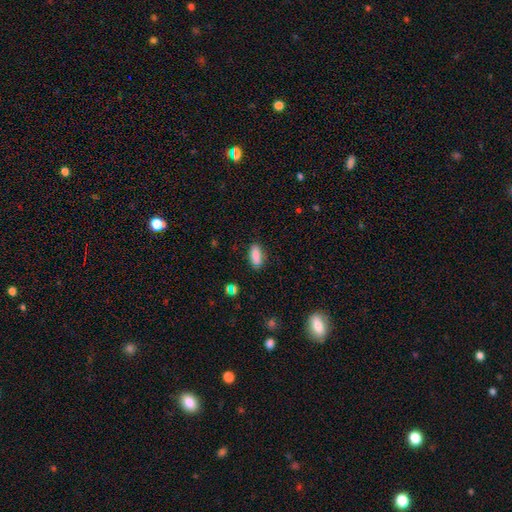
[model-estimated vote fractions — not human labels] A smooth galaxy with no disk features (87%) that is in between round and cigar-shaped (82%). Merging: none (83%).